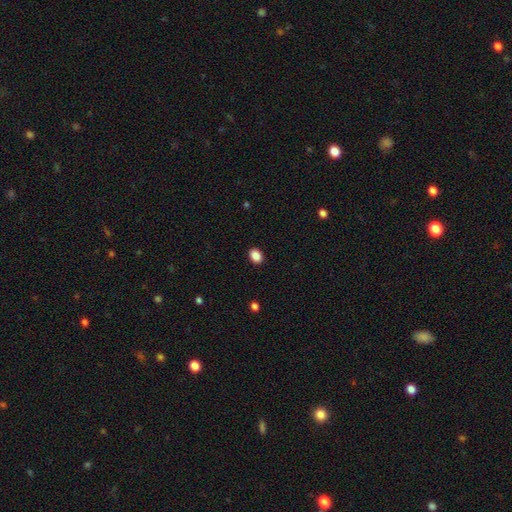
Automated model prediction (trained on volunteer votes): Smooth or featured: smooth — 89% (star or artifact — 8%)
How rounded: in between — 71% (round — 28%)
Merging: none — 91% (minor disturbance — 7%)